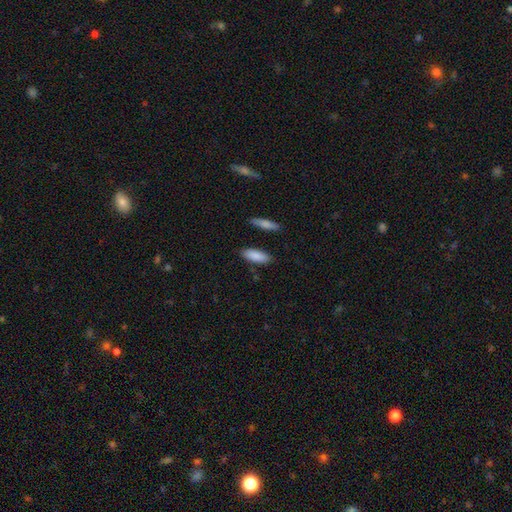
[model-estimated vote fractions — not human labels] This is clearly a smooth galaxy (87%). How rounded: likely in between (68%). Merging: clearly none (84%).